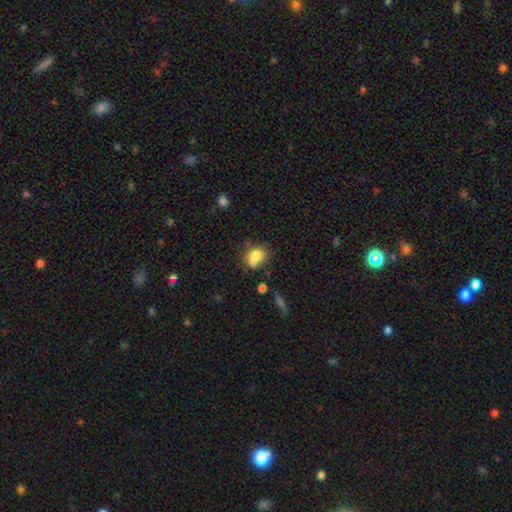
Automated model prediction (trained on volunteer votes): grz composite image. It shows a smooth galaxy with no disk features (75%) that is round (63%). Merging: none (46%).